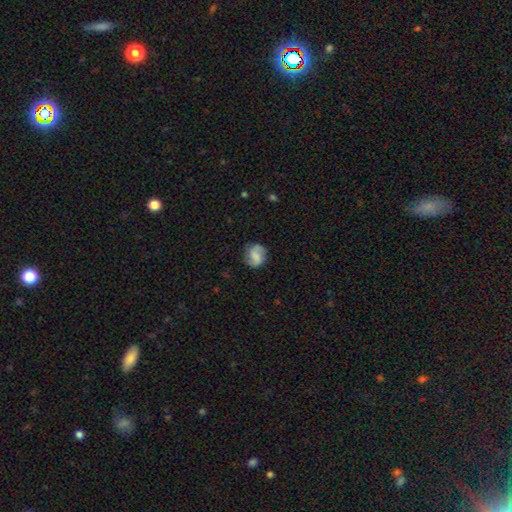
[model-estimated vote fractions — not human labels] Q: Smooth or featured?
A: featured or disk (55%); runner-up: smooth (37%)
Q: Edge-on disk?
A: no (98%); runner-up: yes (2%)
Q: Bar?
A: weak (45%); runner-up: no (35%)
Q: Spiral arms?
A: yes (91%); runner-up: no (9%)
Q: Bulge size?
A: none (47%); runner-up: small (25%)
Q: Merging?
A: none (80%); runner-up: minor disturbance (14%)